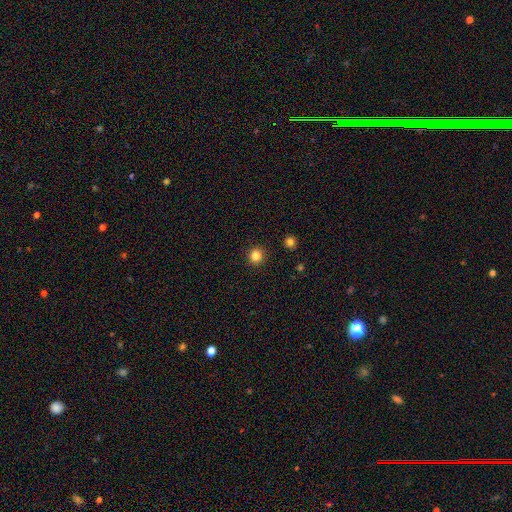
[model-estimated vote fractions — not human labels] Smooth or featured? Predicted: smooth (p=0.84). How rounded? Predicted: round (p=0.92). Merging? Predicted: none (p=0.92).